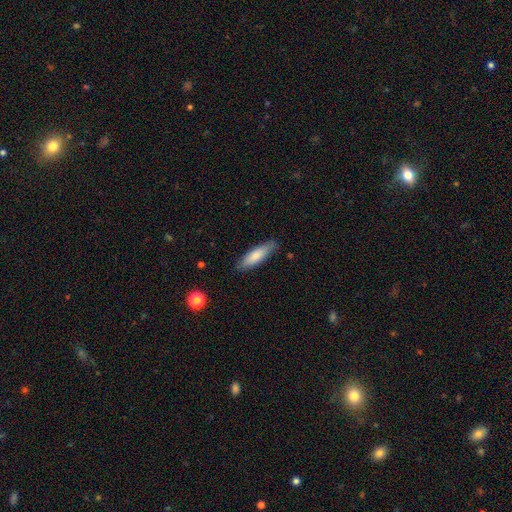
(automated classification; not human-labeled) smooth-or-featured: smooth: 79% | featured or disk: 15% | star or artifact: 6%
  how-rounded: cigar-shaped: 58% | in between: 41% | round: 1%
  merging: none: 82% | minor disturbance: 14% | major disturbance: 2% | merger: 1%